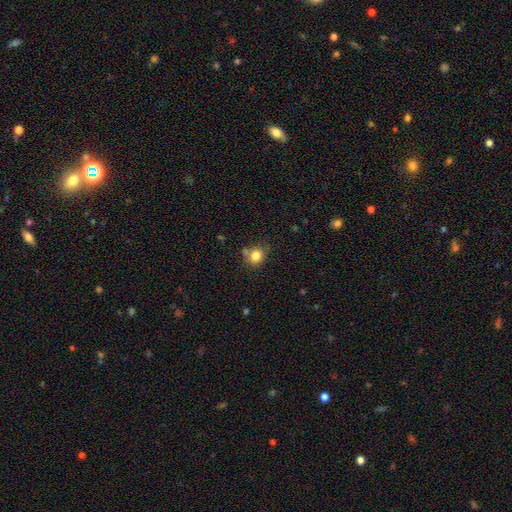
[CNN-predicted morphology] Smooth or featured? Predicted: smooth (p=0.82). How rounded? Predicted: round (p=0.73). Merging? Predicted: none (p=0.66).